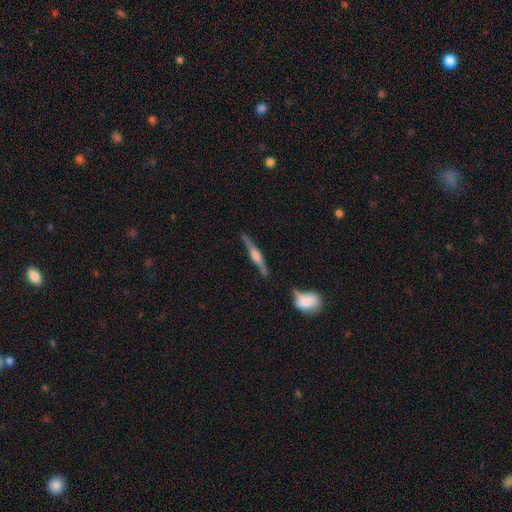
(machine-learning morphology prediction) Q: Smooth or featured?
A: featured or disk (75%); runner-up: smooth (19%)
Q: Edge-on disk?
A: yes (97%); runner-up: no (3%)
Q: Edge-on bulge?
A: rounded (77%); runner-up: boxy (16%)
Q: Merging?
A: none (80%); runner-up: minor disturbance (12%)